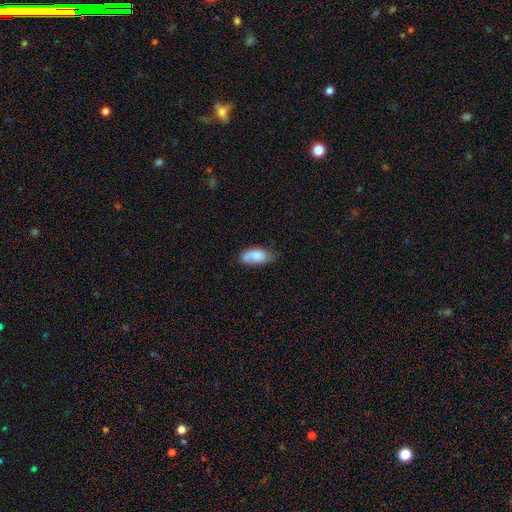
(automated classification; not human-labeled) Morphology: type=smooth (76%); roundness=in between (91%); merging=none (55%).